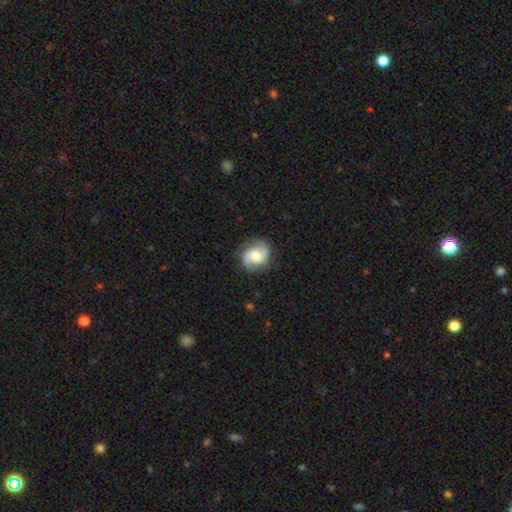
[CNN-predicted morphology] Smooth or featured?
  - featured or disk: 73% *
  - smooth: 20%
  - star or artifact: 7%
Edge-on disk?
  - no: 98% *
  - yes: 2%
Bar?
  - no: 55% *
  - weak: 37%
  - strong: 8%
Spiral arms?
  - yes: 95% *
  - no: 5%
Spiral winding?
  - medium: 48% *
  - tight: 27%
  - loose: 26%
Spiral arm count?
  - 2: 87% *
  - can't tell: 4%
  - 1: 4%
  - 3: 2%
  - 4: 1%
  - more than 4: 1%
Bulge size?
  - moderate: 54% *
  - small: 21%
  - large: 18%
  - none: 4%
  - dominant: 3%
Merging?
  - none: 80% *
  - minor disturbance: 14%
  - major disturbance: 5%
  - merger: 1%